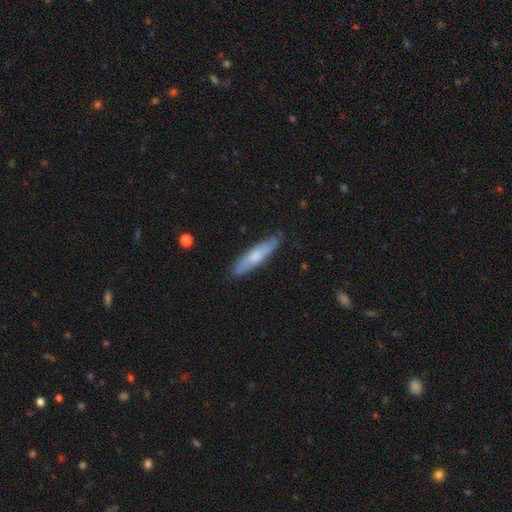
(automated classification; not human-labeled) smooth 62%, featured or disk 33%, star or artifact 5%. Down the decision tree: how rounded — cigar-shaped (83%); merging — none (84%).